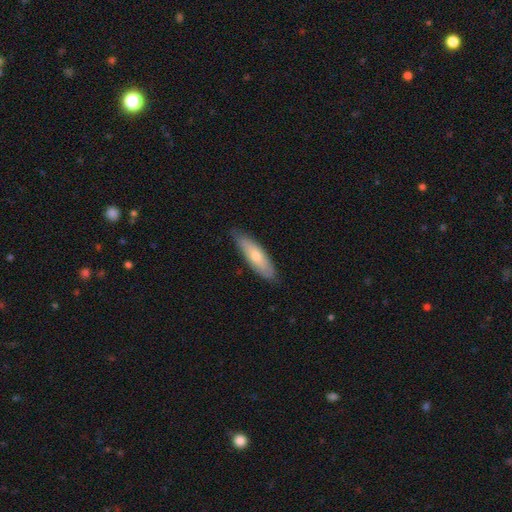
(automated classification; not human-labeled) Smooth or featured? smooth (64%)
How rounded? cigar-shaped (61%)
Merging? none (81%)